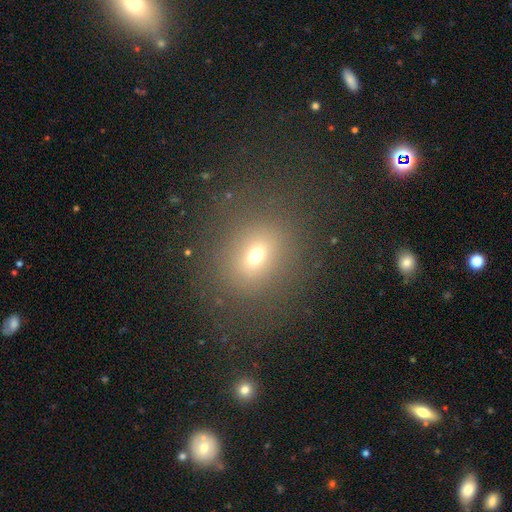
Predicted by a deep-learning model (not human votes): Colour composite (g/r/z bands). It shows a smooth galaxy with no disk features (66%) that is round (64%). Merging: none (79%).